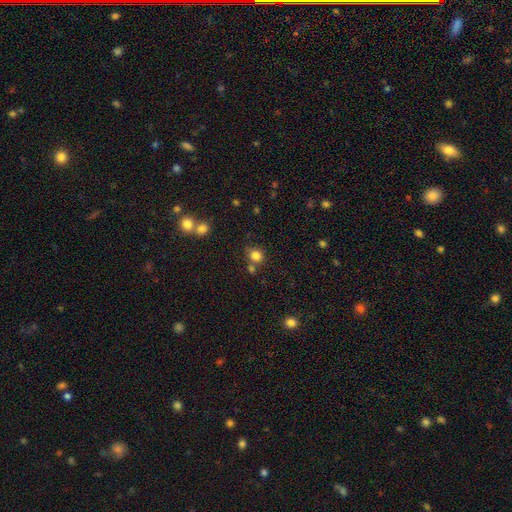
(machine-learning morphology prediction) A smooth galaxy with no disk features (81%) that is round (75%).

Vote fractions:
- Smooth or featured? smooth: 81% / star or artifact: 13% / featured or disk: 6%
- How rounded? round: 75% / in between: 24% / cigar-shaped: 1%
- Merging? none: 65% / merger: 18% / minor disturbance: 13% / major disturbance: 4%